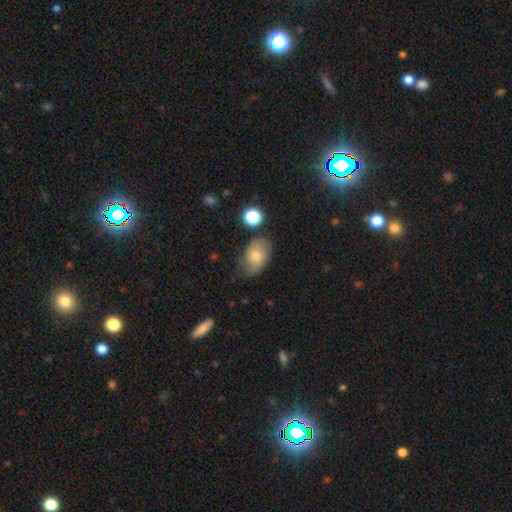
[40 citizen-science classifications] A smooth galaxy with no disk features (75%) that is in between round and cigar-shaped (83%). Merging: none (47%).